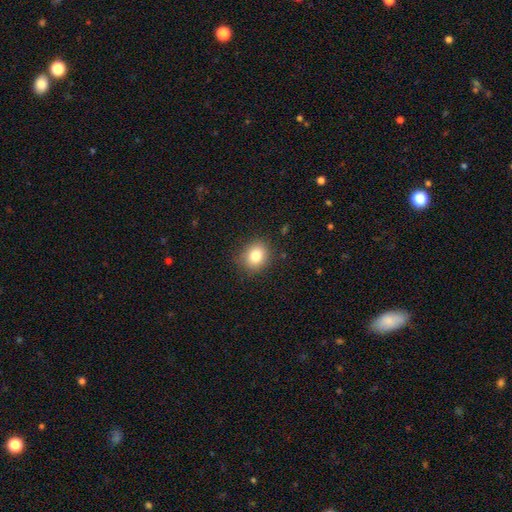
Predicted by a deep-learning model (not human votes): This is clearly a smooth galaxy (82%). How rounded: likely round (69%). Merging: clearly none (86%).